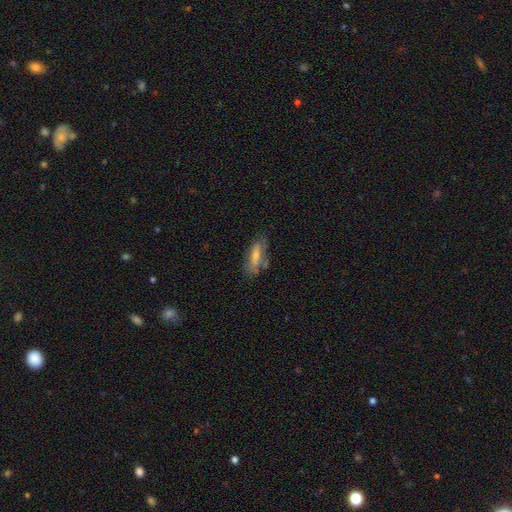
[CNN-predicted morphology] Q: Smooth or featured?
A: smooth (48%); runner-up: featured or disk (42%)
Q: Merging?
A: none (67%); runner-up: minor disturbance (21%)